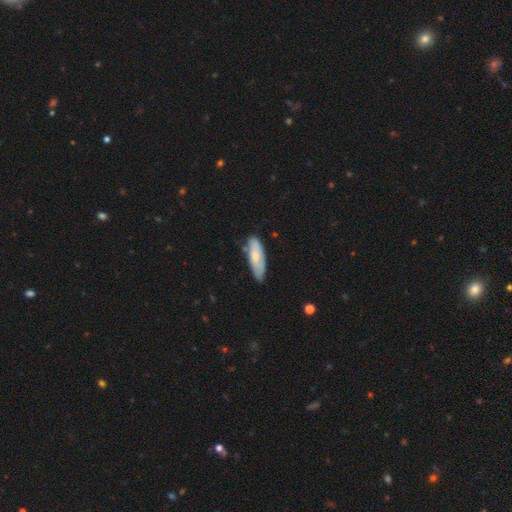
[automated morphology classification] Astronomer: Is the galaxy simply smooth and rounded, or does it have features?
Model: smooth — 58% (runner-up: featured or disk, 36%).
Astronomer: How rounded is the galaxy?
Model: in between — 62%.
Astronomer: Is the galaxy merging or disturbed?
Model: none — 66%.